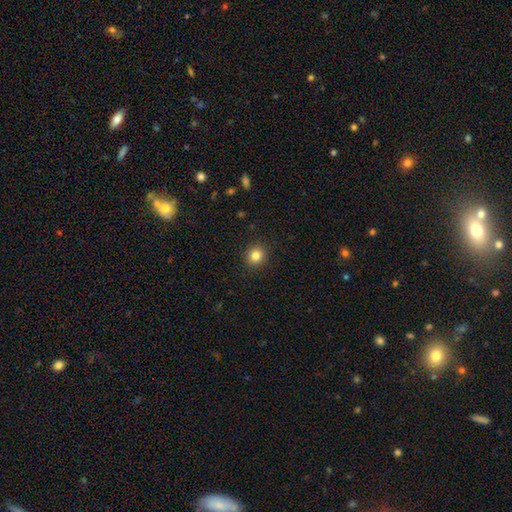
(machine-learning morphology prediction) A smooth galaxy with no disk features (83%) that is round (83%).

Vote fractions:
- Smooth or featured? smooth: 83% / star or artifact: 12% / featured or disk: 5%
- How rounded? round: 83% / in between: 16% / cigar-shaped: 1%
- Merging? none: 92% / minor disturbance: 6% / major disturbance: 2% / merger: 1%